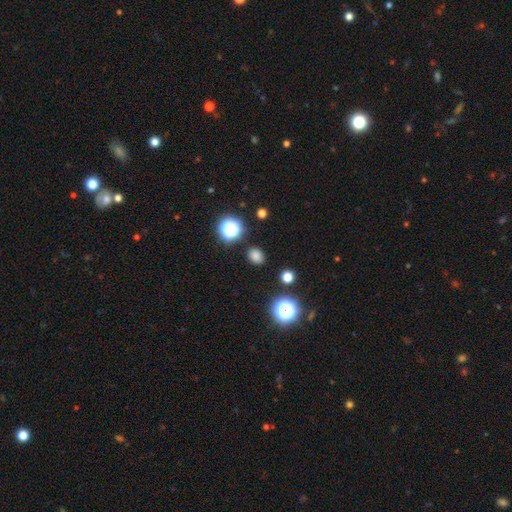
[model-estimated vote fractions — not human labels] This appears to be a smooth galaxy with no disk features (78%) that is round (55%). Merging: none (88%).